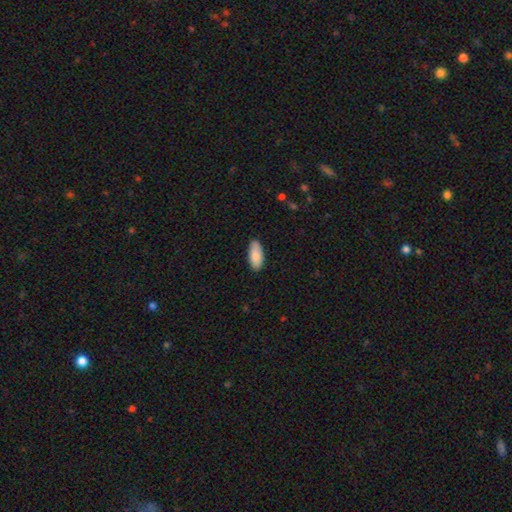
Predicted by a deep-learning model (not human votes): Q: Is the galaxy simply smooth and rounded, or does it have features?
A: smooth — 87%.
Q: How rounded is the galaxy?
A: in between — 85%.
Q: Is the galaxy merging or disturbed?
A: none — 84%.